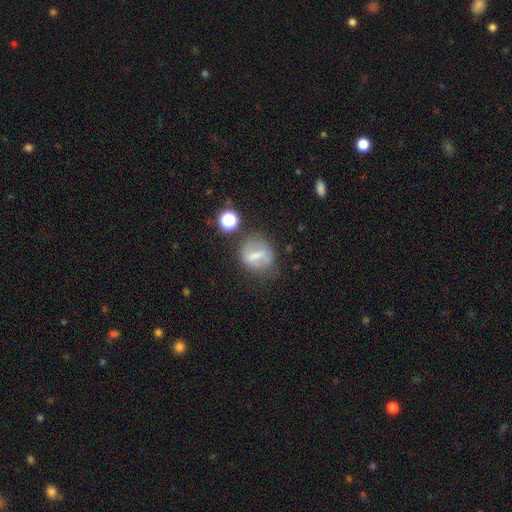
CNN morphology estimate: Overall: smooth (50%; featured or disk 36%). How rounded: round (58%; in between 38%). Merging: none (55%; minor disturbance 24%).